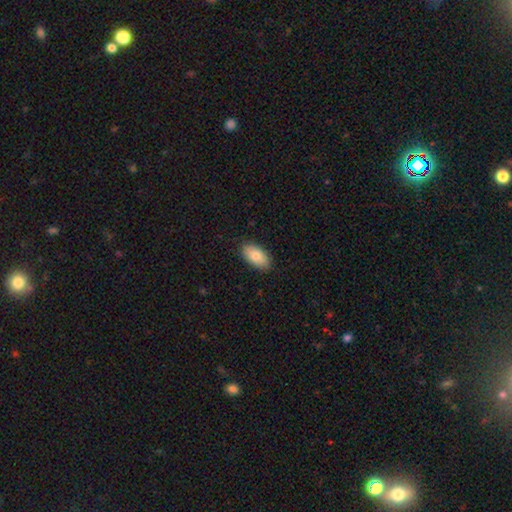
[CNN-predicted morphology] Smooth or featured?
  - smooth: 80% *
  - featured or disk: 13%
  - star or artifact: 6%
How rounded?
  - in between: 94% *
  - round: 3%
  - cigar-shaped: 3%
Merging?
  - none: 87% *
  - minor disturbance: 10%
  - major disturbance: 2%
  - merger: 1%